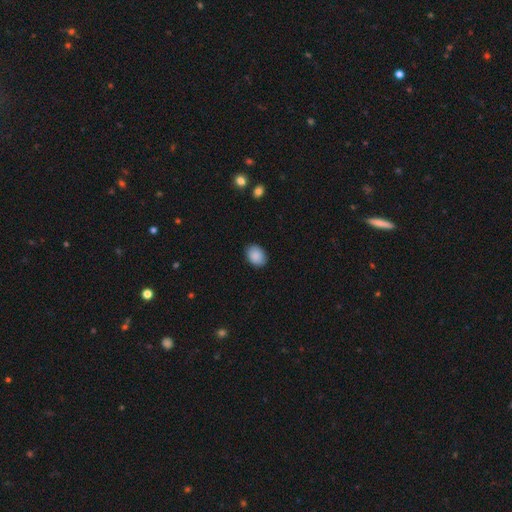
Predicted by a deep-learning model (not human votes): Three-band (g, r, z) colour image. It shows a smooth galaxy with no disk features (89%) that is in between round and cigar-shaped (70%). Merging: none (86%).